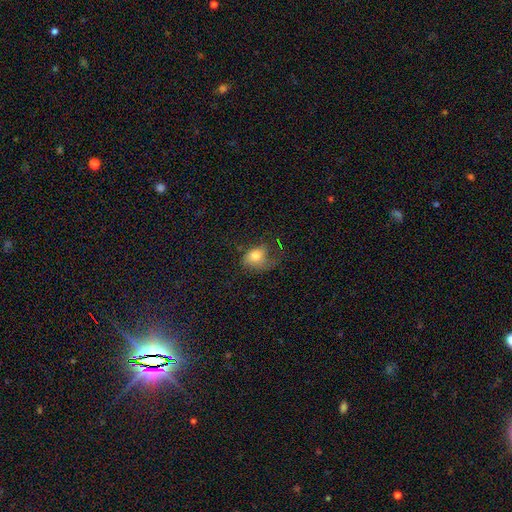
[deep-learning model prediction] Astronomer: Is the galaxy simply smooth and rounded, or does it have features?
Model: smooth — 72%.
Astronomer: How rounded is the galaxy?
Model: in between — 65%.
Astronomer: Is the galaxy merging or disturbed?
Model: none — 36% (runner-up: major disturbance, 34%).